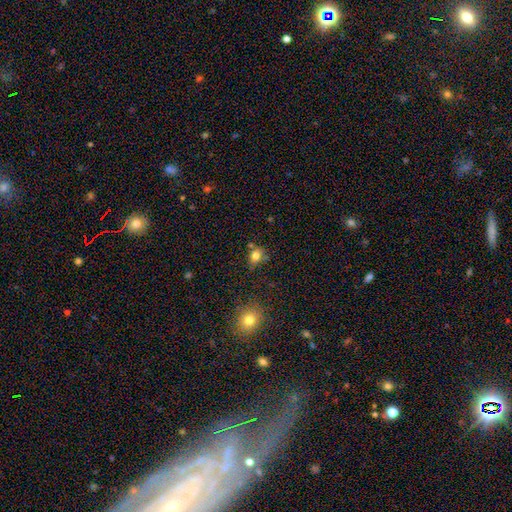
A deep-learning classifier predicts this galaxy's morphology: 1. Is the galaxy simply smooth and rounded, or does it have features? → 78% smooth, 14% star or artifact, 8% featured or disk.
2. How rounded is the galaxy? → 65% round, 34% in between, 1% cigar-shaped.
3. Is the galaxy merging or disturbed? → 66% none, 19% minor disturbance, 10% merger, 5% major disturbance.